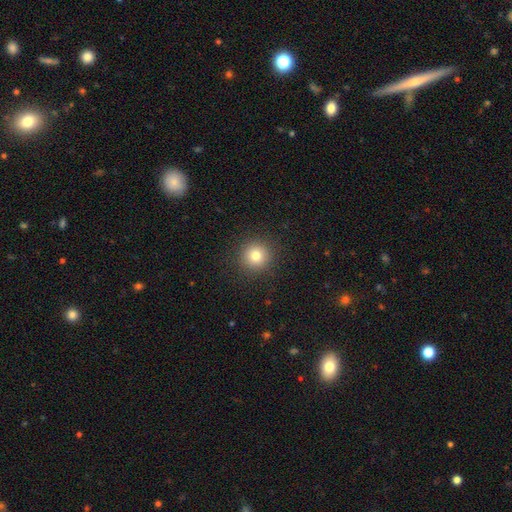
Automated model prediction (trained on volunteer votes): Smooth or featured? smooth (80%)
How rounded? round (94%)
Merging? none (92%)